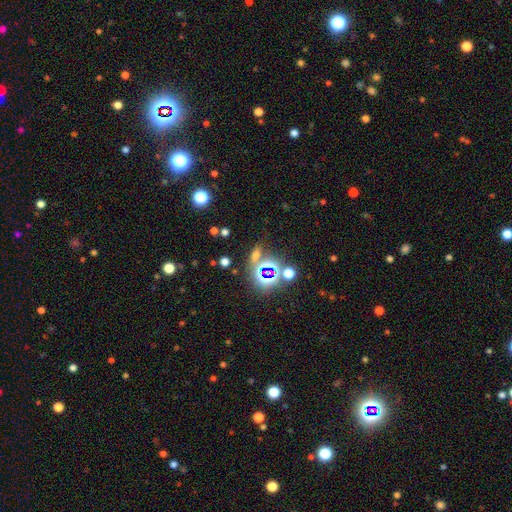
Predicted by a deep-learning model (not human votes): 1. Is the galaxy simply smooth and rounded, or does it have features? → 50% star or artifact, 39% smooth, 11% featured or disk.